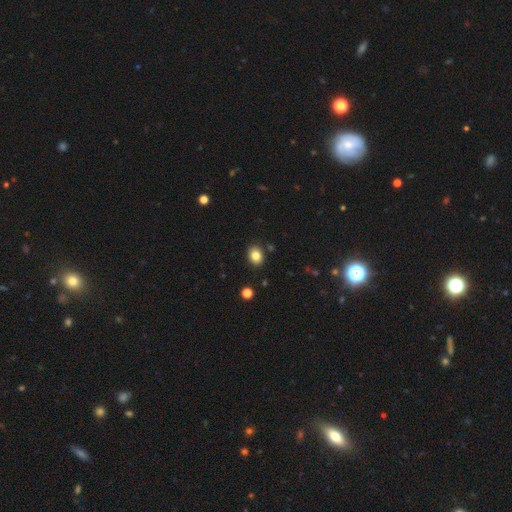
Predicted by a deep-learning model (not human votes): The model was most divided on "how rounded": in between: 54%, round: 45%, cigar-shaped: 1%. More confident: merging — none (87%); smooth or featured — smooth (83%).